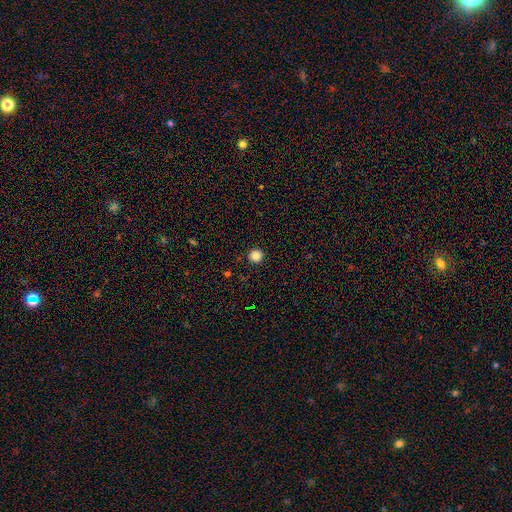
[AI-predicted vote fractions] A smooth galaxy with no disk features (85%) that is round (96%).

Vote fractions:
- Smooth or featured? smooth: 85% / star or artifact: 12% / featured or disk: 3%
- How rounded? round: 96% / in between: 3% / cigar-shaped: 1%
- Merging? none: 93% / minor disturbance: 5% / major disturbance: 2% / merger: 1%